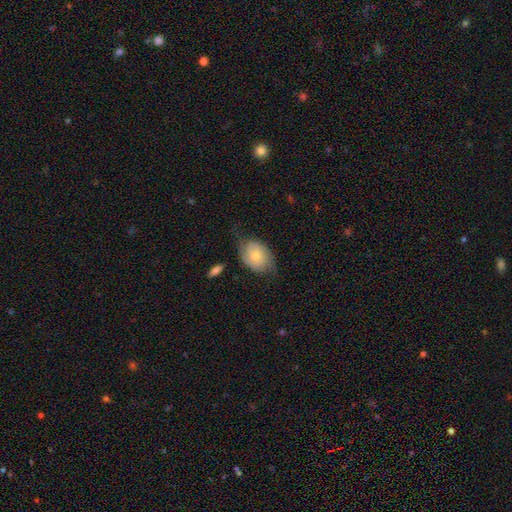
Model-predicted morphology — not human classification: type=featured or disk (51%); edge-on=no (95%); merging=none (55%).